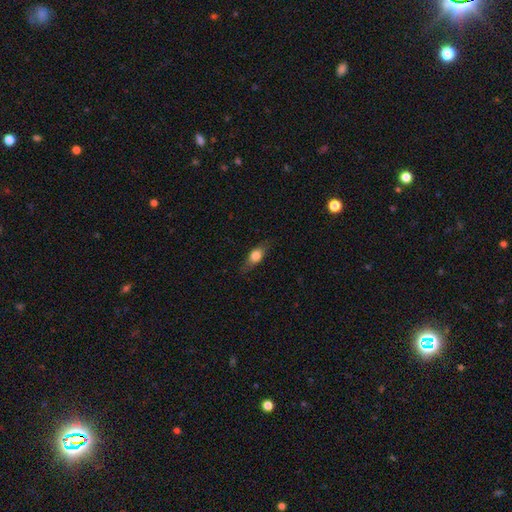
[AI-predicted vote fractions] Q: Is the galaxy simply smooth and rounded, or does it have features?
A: smooth — 68%.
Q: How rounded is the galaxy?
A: in between — 70%.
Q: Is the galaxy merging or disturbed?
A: none — 78%.